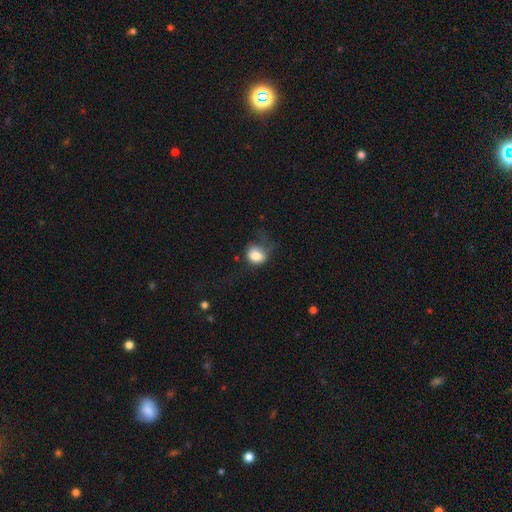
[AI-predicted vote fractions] Q: Smooth or featured?
A: smooth (79%); runner-up: featured or disk (13%)
Q: How rounded?
A: round (51%); runner-up: in between (48%)
Q: Merging?
A: major disturbance (35%); runner-up: none (33%)